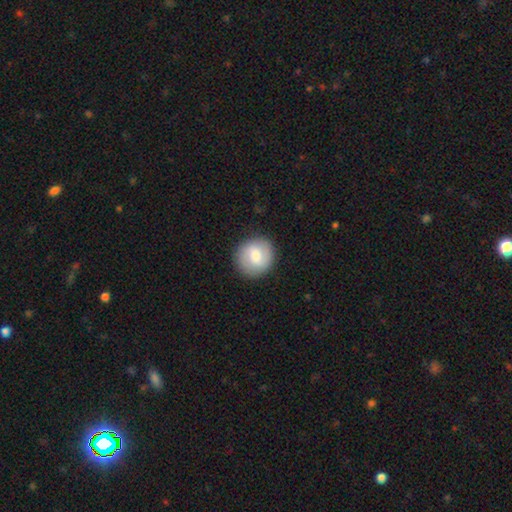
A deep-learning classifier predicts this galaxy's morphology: smooth 62%, featured or disk 32%, star or artifact 6%. Down the decision tree: how rounded — round (89%); merging — none (88%).